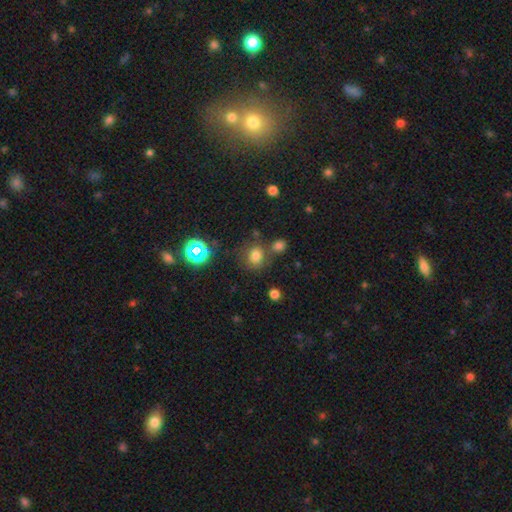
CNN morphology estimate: smooth_or_featured: smooth (p=0.74) [alt: star or artifact p=0.19]
how_rounded: round (p=0.71) [alt: in between p=0.28]
merging: none (p=0.68) [alt: merger p=0.15]